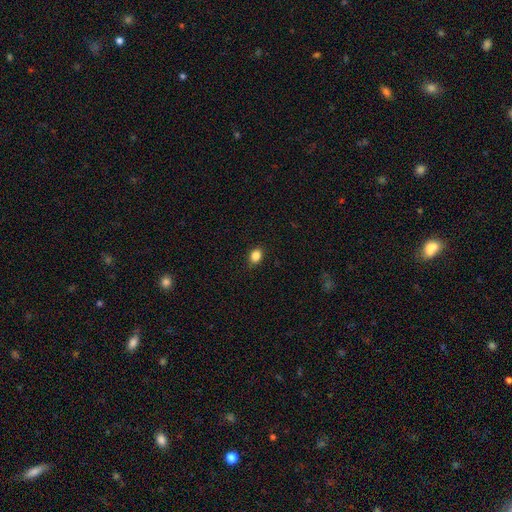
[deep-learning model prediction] Smooth or featured? Predicted: smooth (p=0.85). How rounded? Predicted: in between (p=0.58). Merging? Predicted: none (p=0.85).